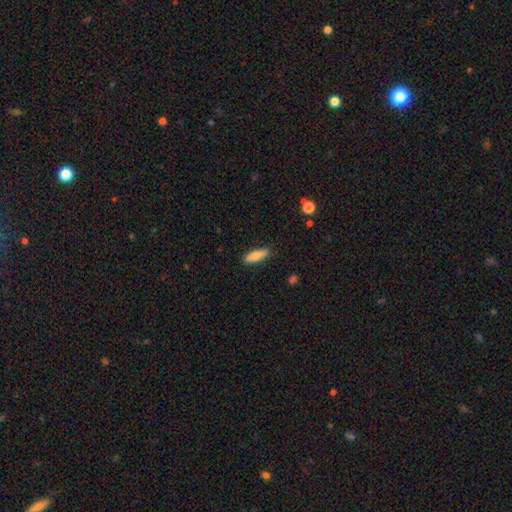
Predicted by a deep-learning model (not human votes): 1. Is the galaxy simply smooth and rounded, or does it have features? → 83% smooth, 11% featured or disk, 6% star or artifact.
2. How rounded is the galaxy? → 53% cigar-shaped, 45% in between, 2% round.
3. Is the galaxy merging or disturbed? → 86% none, 10% minor disturbance, 2% major disturbance, 1% merger.